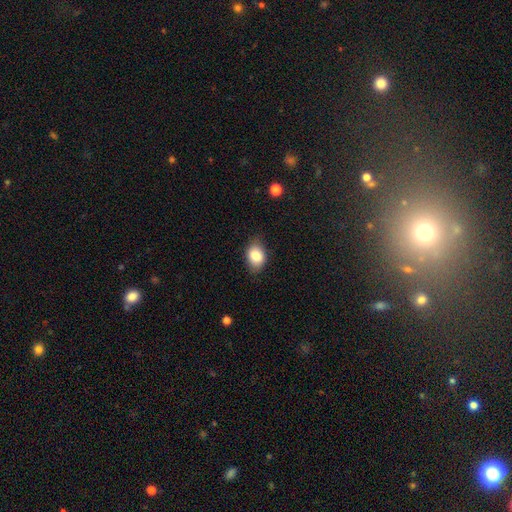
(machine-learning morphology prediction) The model was most divided on "how rounded": in between: 76%, round: 23%, cigar-shaped: 1%. More confident: smooth or featured — smooth (84%); merging — none (76%).